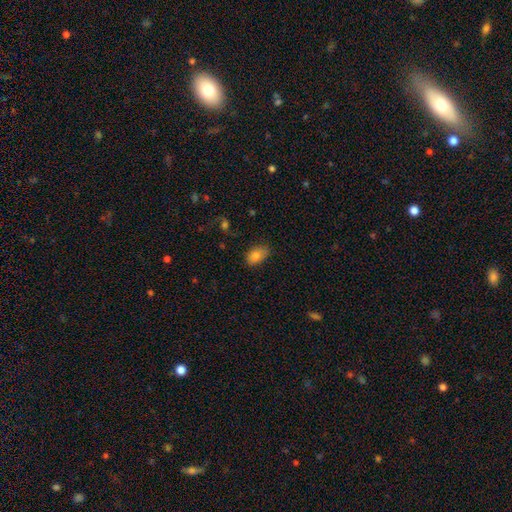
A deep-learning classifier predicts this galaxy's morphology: Smooth or featured? smooth (84%)
How rounded? in between (87%)
Merging? none (73%)